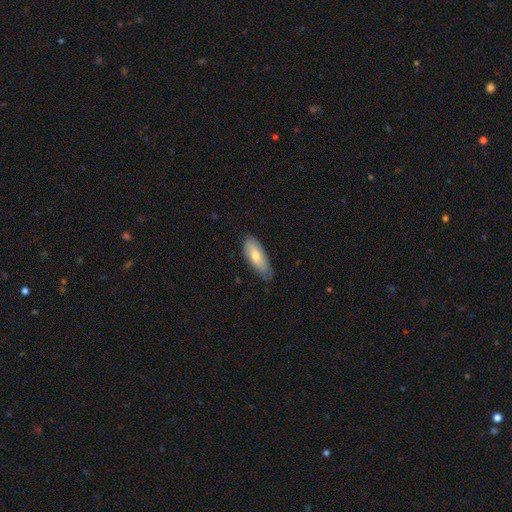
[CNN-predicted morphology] smooth_or_featured: smooth (p=0.66) [alt: featured or disk p=0.28]
how_rounded: in between (p=0.75) [alt: cigar-shaped p=0.22]
merging: none (p=0.66) [alt: minor disturbance p=0.28]